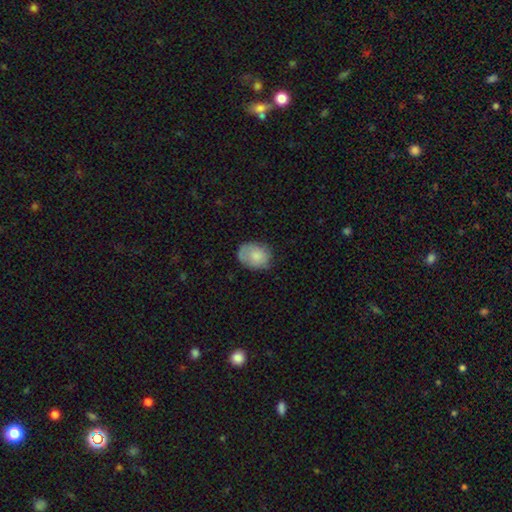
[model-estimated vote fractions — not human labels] smooth 77%, featured or disk 16%, star or artifact 7%. Down the decision tree: how rounded — in between (58%); merging — none (62%).